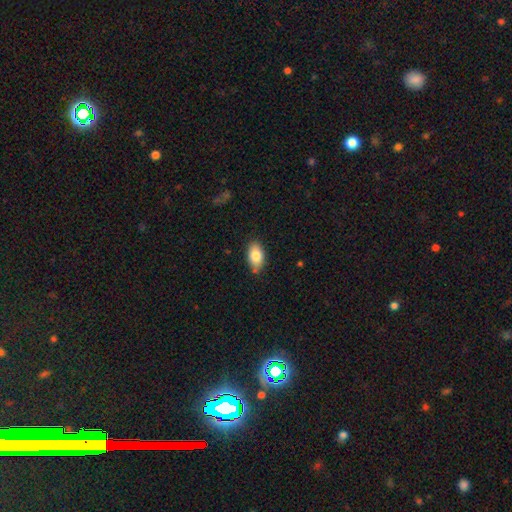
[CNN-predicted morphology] type=smooth (82%); roundness=in between (92%); merging=none (80%).